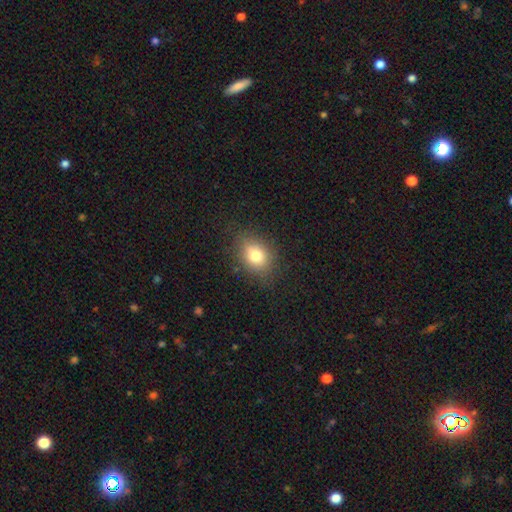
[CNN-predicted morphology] This appears to be a smooth galaxy with no disk features (77%) that is in between round and cigar-shaped (57%). Merging: none (80%).